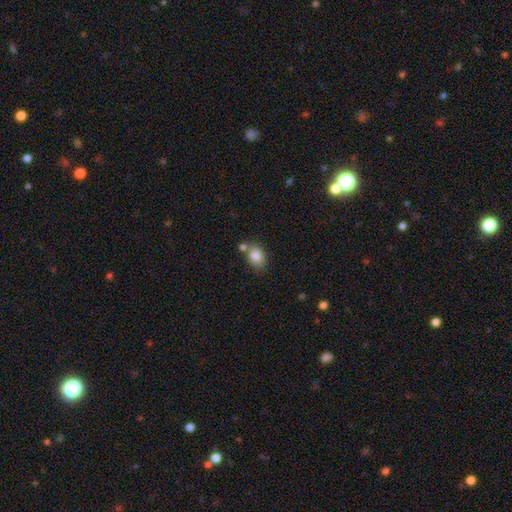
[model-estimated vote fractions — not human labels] Smooth or featured: smooth — 82% (featured or disk — 9%)
How rounded: in between — 70% (round — 28%)
Merging: none — 63% (merger — 18%)